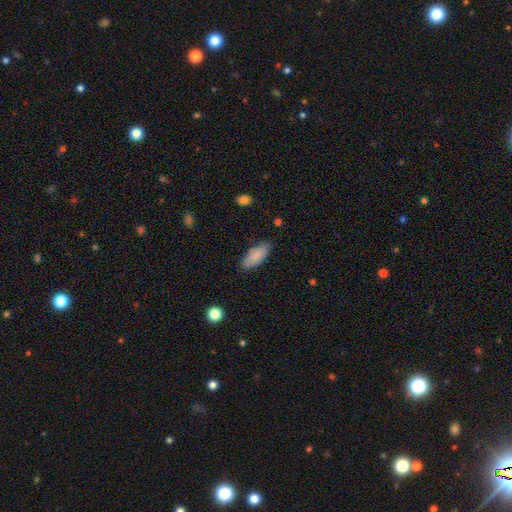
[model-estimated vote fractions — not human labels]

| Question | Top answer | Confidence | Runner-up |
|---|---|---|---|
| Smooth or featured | smooth | 87% | featured or disk (7%) |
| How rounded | in between | 78% | cigar-shaped (20%) |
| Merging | none | 82% | minor disturbance (14%) |